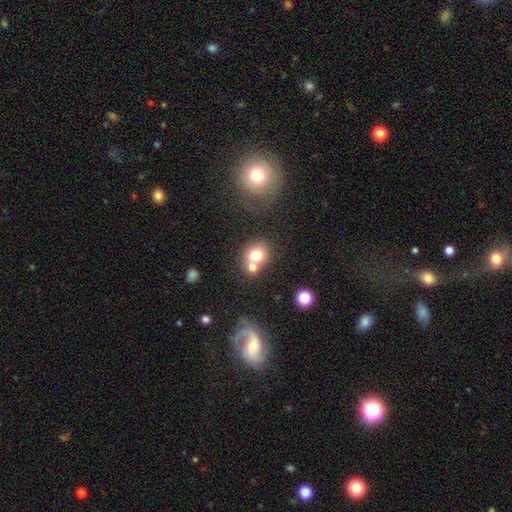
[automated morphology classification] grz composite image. It shows a smooth galaxy with no disk features (73%) that is round (74%). Merging: merger (48%).